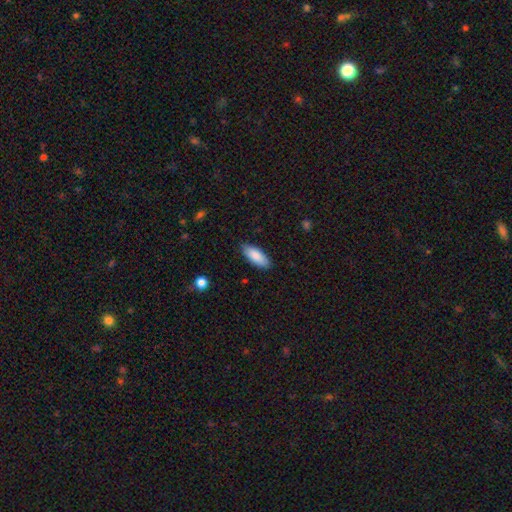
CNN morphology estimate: A smooth galaxy with no disk features (87%) that is in between round and cigar-shaped (81%).

Vote fractions:
- Smooth or featured? smooth: 87% / featured or disk: 7% / star or artifact: 6%
- How rounded? in between: 81% / cigar-shaped: 18% / round: 2%
- Merging? none: 86% / minor disturbance: 11% / major disturbance: 2% / merger: 1%